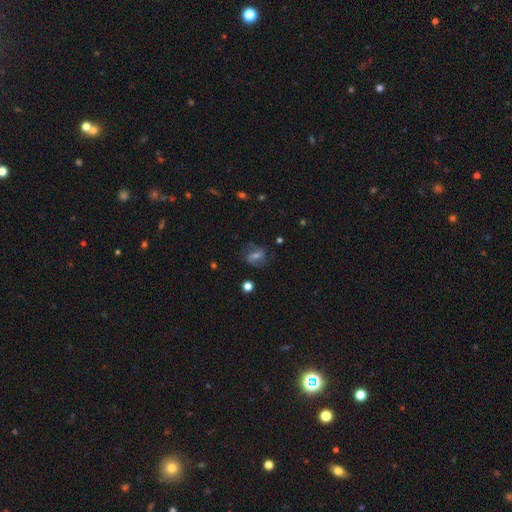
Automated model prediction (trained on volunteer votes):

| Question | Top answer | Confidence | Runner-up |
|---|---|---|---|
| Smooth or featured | featured or disk | 57% | smooth (27%) |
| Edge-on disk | no | 94% | yes (6%) |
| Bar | weak | 43% | strong (32%) |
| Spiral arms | yes | 77% | no (23%) |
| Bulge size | moderate | 46% | small (42%) |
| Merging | none | 74% | minor disturbance (16%) |